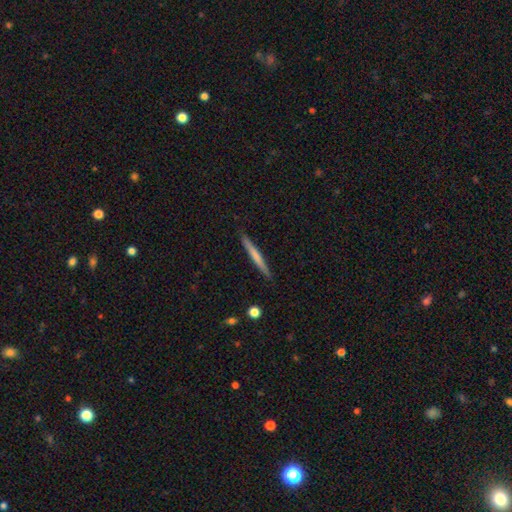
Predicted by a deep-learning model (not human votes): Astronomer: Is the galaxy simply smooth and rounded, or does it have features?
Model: smooth — 56% (runner-up: featured or disk, 38%).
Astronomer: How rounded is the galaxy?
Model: cigar-shaped — 97%.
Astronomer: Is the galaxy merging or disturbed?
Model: none — 90%.